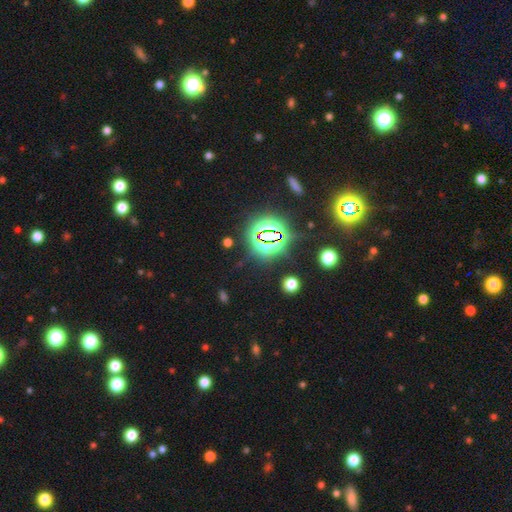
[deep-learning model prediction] star or artifact 76%, smooth 15%, featured or disk 9%.